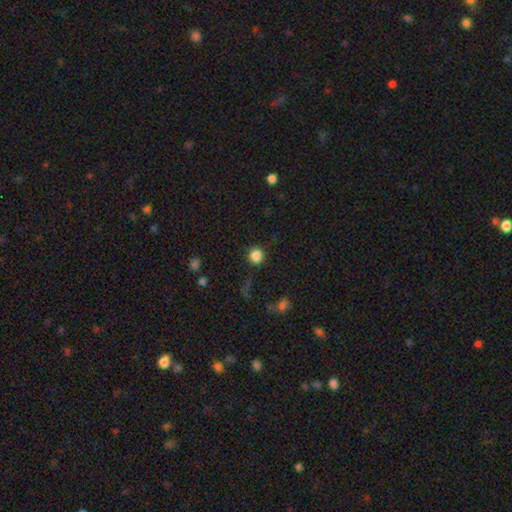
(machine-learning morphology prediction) This is clearly a smooth galaxy (85%). How rounded: clearly round (94%). Merging: clearly none (89%).